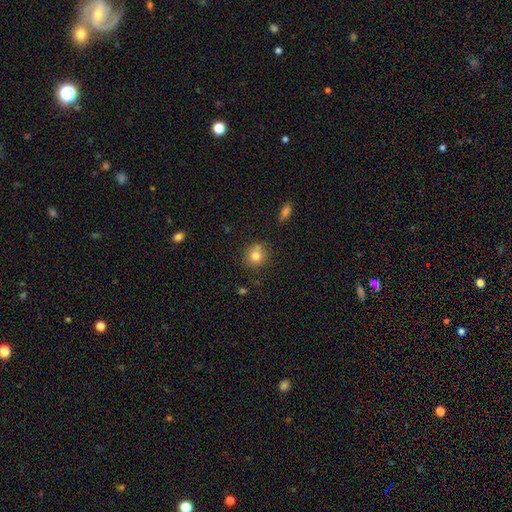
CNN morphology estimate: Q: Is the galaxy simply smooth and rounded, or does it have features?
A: smooth — 78%.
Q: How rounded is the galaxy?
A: round — 88%.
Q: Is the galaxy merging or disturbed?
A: none — 73%.